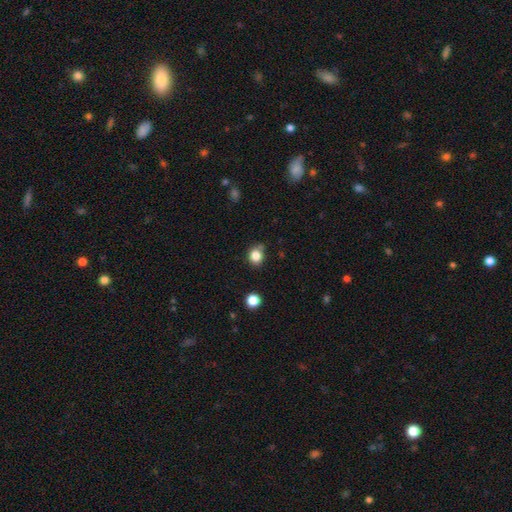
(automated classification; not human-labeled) Smooth or featured? smooth (83%)
How rounded? round (73%)
Merging? none (74%)